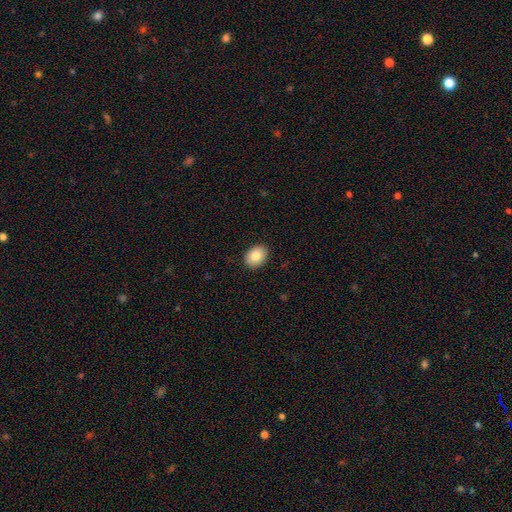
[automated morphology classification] smooth 85%, star or artifact 8%, featured or disk 7%. Down the decision tree: how rounded — in between (62%); merging — none (90%).